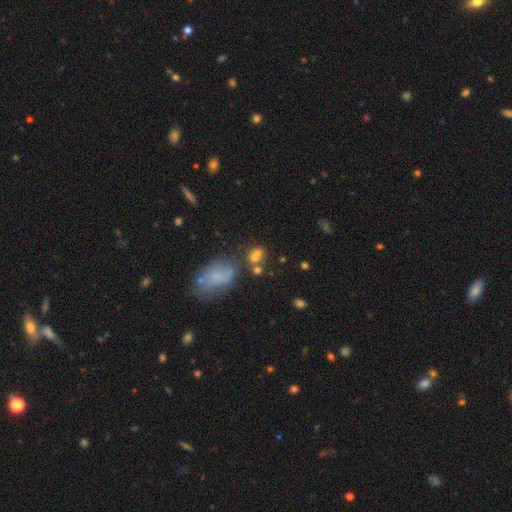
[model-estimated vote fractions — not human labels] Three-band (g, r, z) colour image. It shows a smooth galaxy with no disk features (64%) that is round (52%). Merging: none (44%).